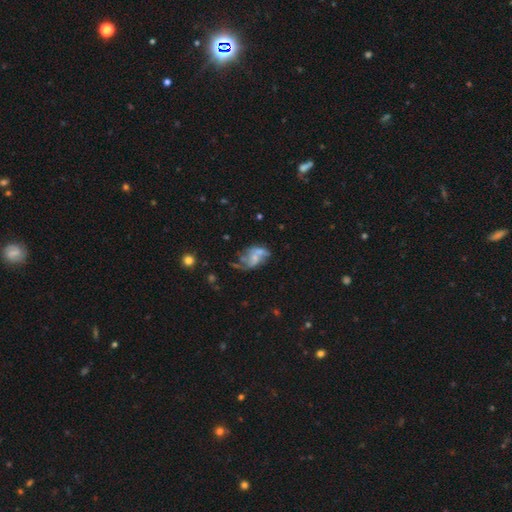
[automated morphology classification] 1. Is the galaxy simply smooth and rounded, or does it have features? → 65% featured or disk, 23% smooth, 11% star or artifact.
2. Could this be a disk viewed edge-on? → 97% no, 3% yes.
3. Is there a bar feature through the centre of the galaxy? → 68% no, 25% weak, 7% strong.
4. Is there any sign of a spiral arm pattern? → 63% yes, 37% no.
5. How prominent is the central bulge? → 42% small, 29% none, 24% moderate, 4% large, 2% dominant.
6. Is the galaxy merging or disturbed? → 31% none, 29% major disturbance, 21% merger, 19% minor disturbance.